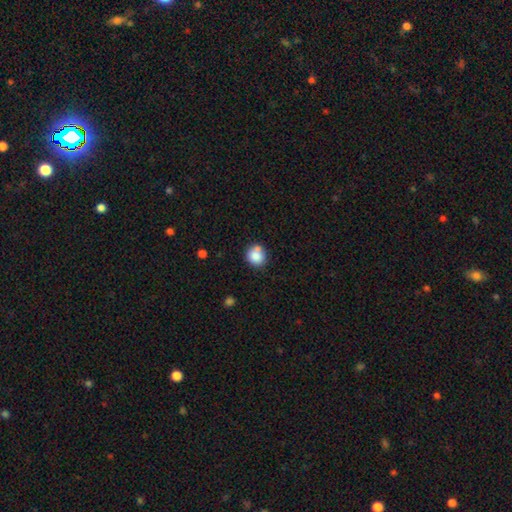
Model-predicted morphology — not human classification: This is clearly a smooth galaxy (83%). How rounded: clearly round (85%). Merging: likely none (65%).